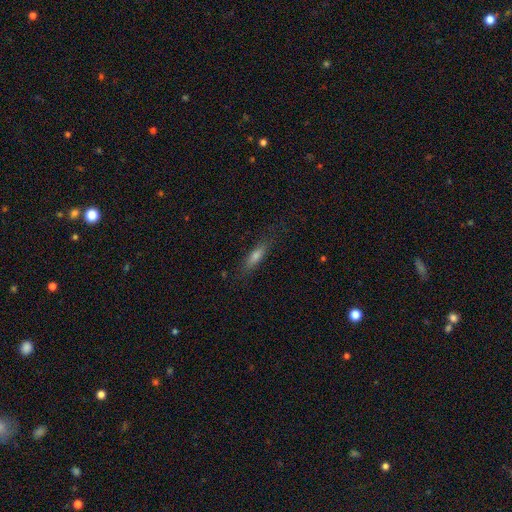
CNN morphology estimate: smooth-or-featured: smooth: 60% | featured or disk: 30% | star or artifact: 11%
  how-rounded: cigar-shaped: 73% | in between: 25% | round: 2%
  merging: none: 79% | minor disturbance: 15% | major disturbance: 5% | merger: 1%